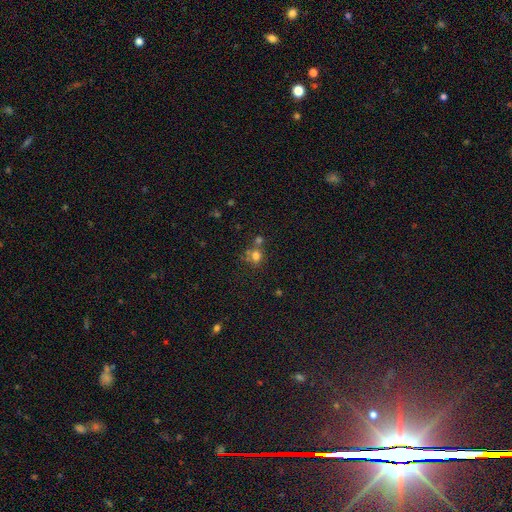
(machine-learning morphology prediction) smooth_or_featured: smooth (p=0.71) [alt: star or artifact p=0.18]
how_rounded: round (p=0.70) [alt: in between p=0.28]
merging: none (p=0.49) [alt: merger p=0.33]